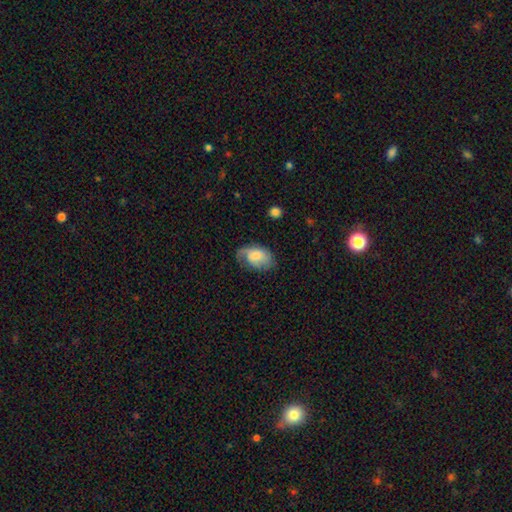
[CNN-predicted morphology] The model was most divided on "merging": none: 47%, minor disturbance: 31%, major disturbance: 20%, merger: 2%. More confident: how rounded — in between (87%); smooth or featured — smooth (55%).